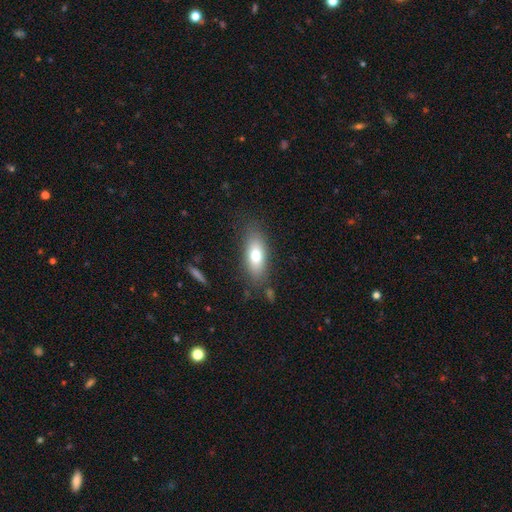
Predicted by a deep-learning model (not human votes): The model was most divided on "smooth or featured": smooth: 71%, featured or disk: 21%, star or artifact: 8%. More confident: merging — none (79%); how rounded — in between (78%).